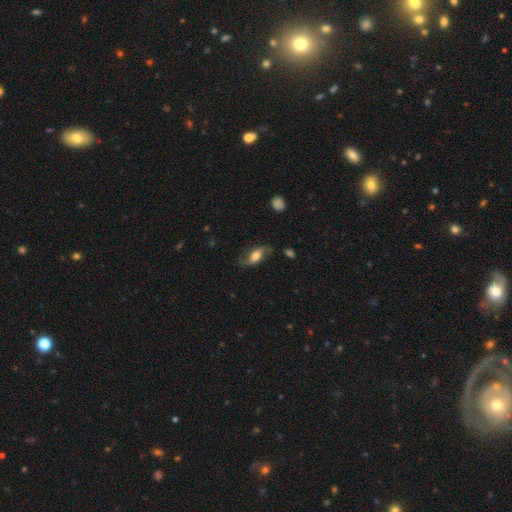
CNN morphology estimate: Overall: featured or disk (62%; smooth 31%). Edge-on disk: no (87%). Bar: no (43%; weak 37%). Spiral arms: yes (88%). Bulge size: moderate (46%; large 31%). Merging: none (70%).